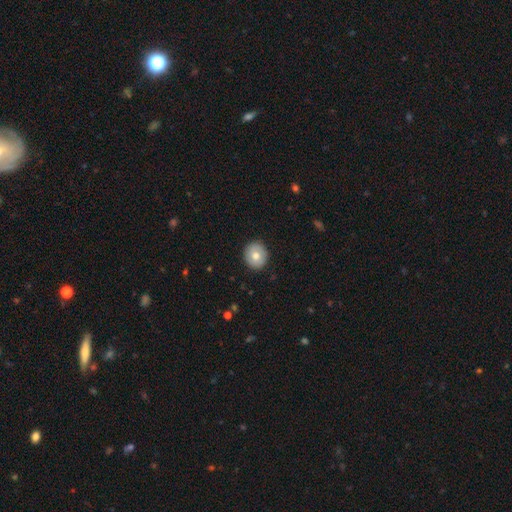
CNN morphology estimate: Smooth or featured? Predicted: smooth (p=0.73). How rounded? Predicted: round (p=0.82). Merging? Predicted: none (p=0.90).